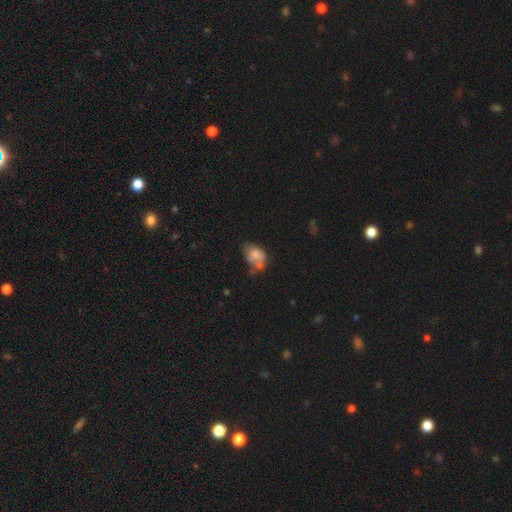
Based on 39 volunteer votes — smooth 69%, featured or disk 21%, star or artifact 10%. Down the decision tree: how rounded — in between (74%); merging — merger (34%).